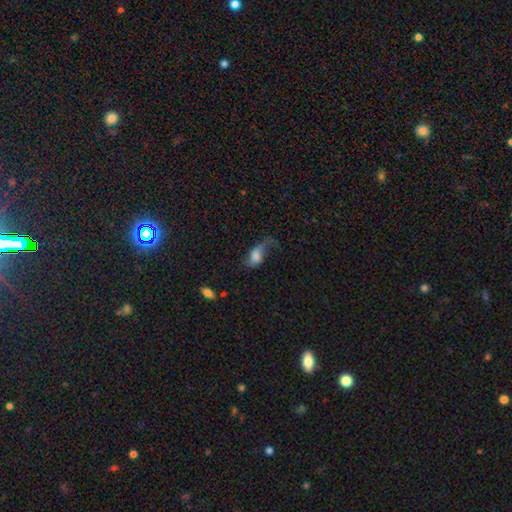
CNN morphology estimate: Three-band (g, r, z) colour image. It shows a smooth galaxy with no disk features (58%) that is in between round and cigar-shaped (85%). Merging: major disturbance (46%).